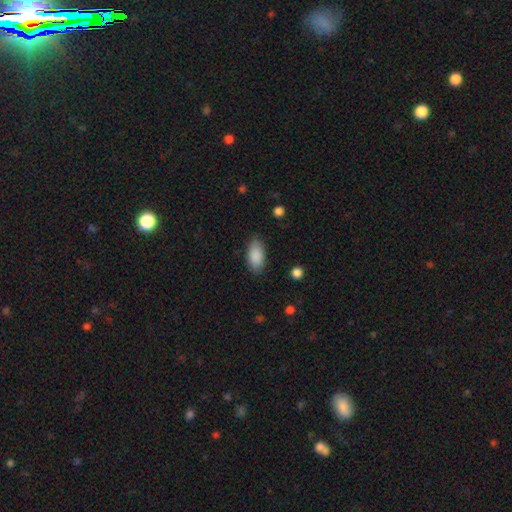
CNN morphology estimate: Smooth or featured?
  - smooth: 89% *
  - star or artifact: 7%
  - featured or disk: 4%
How rounded?
  - in between: 93% *
  - cigar-shaped: 4%
  - round: 3%
Merging?
  - none: 84% *
  - minor disturbance: 12%
  - major disturbance: 3%
  - merger: 1%